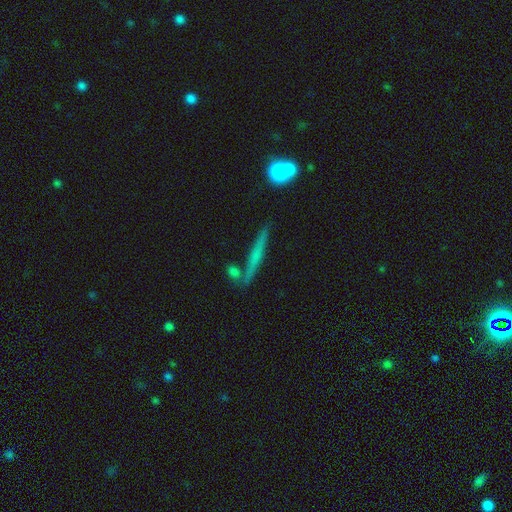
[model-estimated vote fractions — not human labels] A featured or disk galaxy (49%).

Vote fractions:
- Smooth or featured? featured or disk: 49% / smooth: 41% / star or artifact: 10%
- Merging? none: 76% / minor disturbance: 12% / merger: 8% / major disturbance: 4%